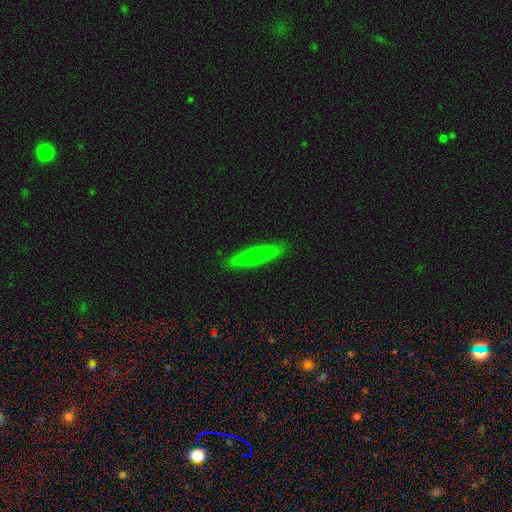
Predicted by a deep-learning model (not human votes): A smooth galaxy with no disk features (55%) that is cigar-shaped (86%). Merging: none (89%).